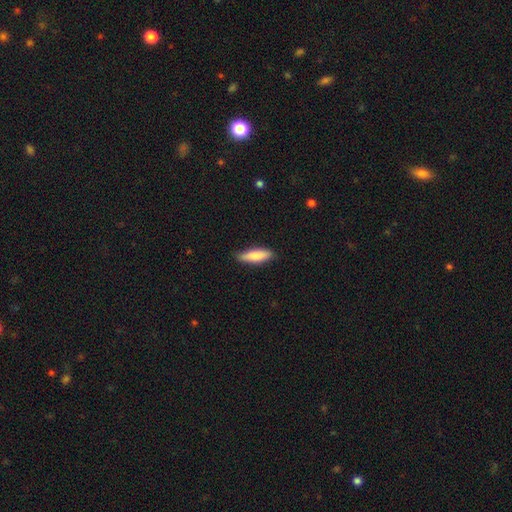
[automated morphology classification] smooth-or-featured: smooth: 82% | featured or disk: 13% | star or artifact: 5%
  how-rounded: cigar-shaped: 58% | in between: 40% | round: 2%
  merging: none: 84% | minor disturbance: 13% | major disturbance: 2% | merger: 1%